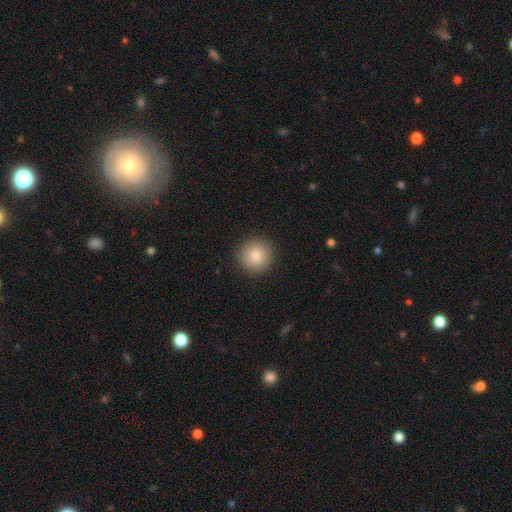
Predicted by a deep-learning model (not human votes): smooth_or_featured: smooth (p=0.87) [alt: star or artifact p=0.08]
how_rounded: round (p=0.95) [alt: in between p=0.04]
merging: none (p=0.92) [alt: minor disturbance p=0.06]